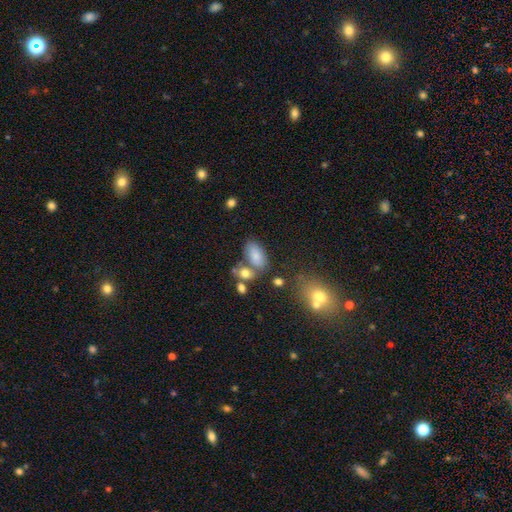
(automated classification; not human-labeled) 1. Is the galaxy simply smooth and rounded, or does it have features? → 78% smooth, 12% featured or disk, 10% star or artifact.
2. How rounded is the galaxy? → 91% in between, 5% round, 3% cigar-shaped.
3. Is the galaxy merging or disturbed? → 56% none, 20% merger, 17% minor disturbance, 7% major disturbance.